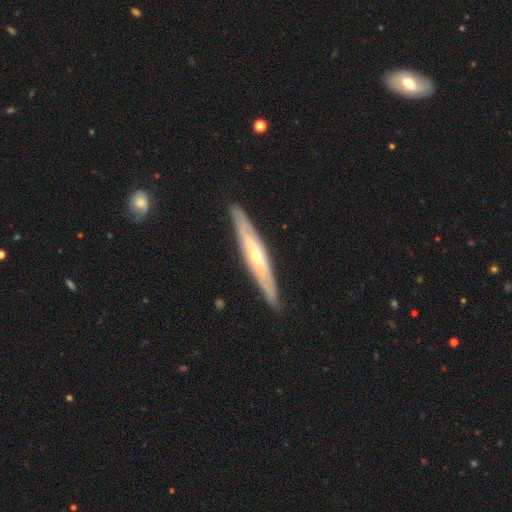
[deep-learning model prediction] Smooth or featured?
  - featured or disk: 67% *
  - smooth: 28%
  - star or artifact: 5%
Edge-on disk?
  - yes: 75% *
  - no: 25%
Edge-on bulge?
  - rounded: 76% *
  - none: 20%
  - boxy: 4%
Merging?
  - none: 88% *
  - minor disturbance: 9%
  - major disturbance: 2%
  - merger: 1%